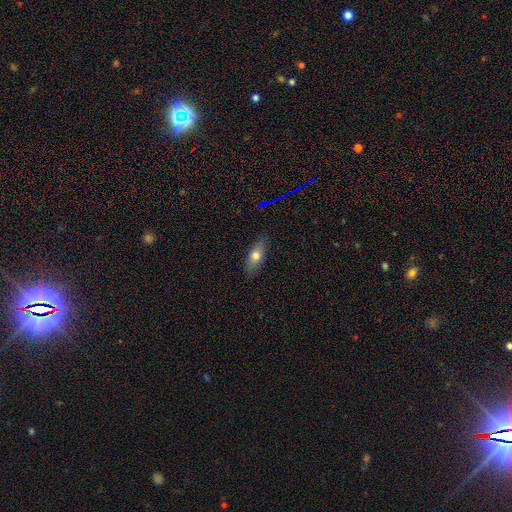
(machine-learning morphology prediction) smooth 72%, featured or disk 20%, star or artifact 8%. Down the decision tree: how rounded — in between (77%); merging — none (86%).